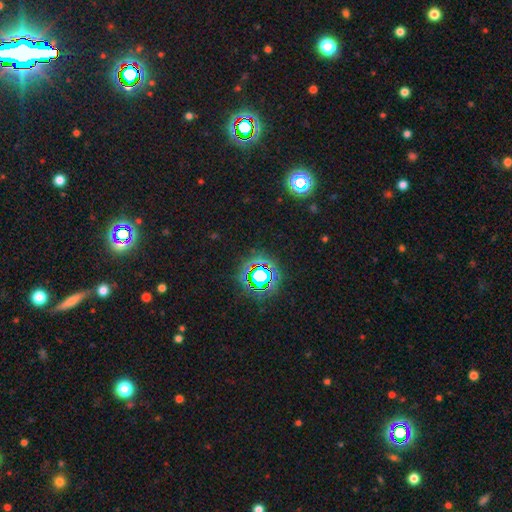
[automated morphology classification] Smooth or featured: star or artifact — 80% (smooth — 13%)